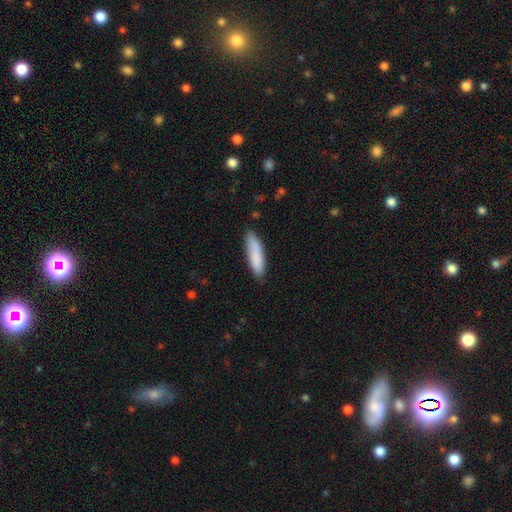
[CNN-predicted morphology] A smooth galaxy with no disk features (85%) that is cigar-shaped (68%). Merging: none (79%).